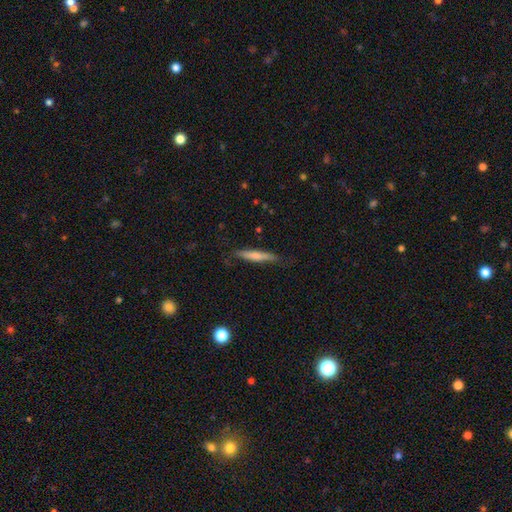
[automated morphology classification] type=smooth (62%); roundness=cigar-shaped (91%); merging=none (77%).